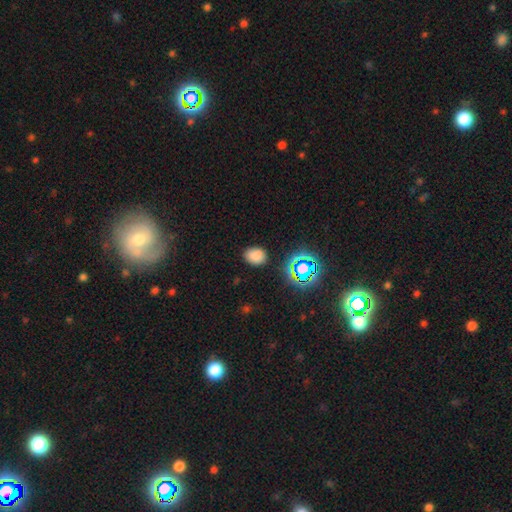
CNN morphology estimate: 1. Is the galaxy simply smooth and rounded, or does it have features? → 76% smooth, 18% star or artifact, 5% featured or disk.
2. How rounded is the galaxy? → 68% in between, 31% round, 1% cigar-shaped.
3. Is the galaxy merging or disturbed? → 84% none, 11% minor disturbance, 3% major disturbance, 2% merger.